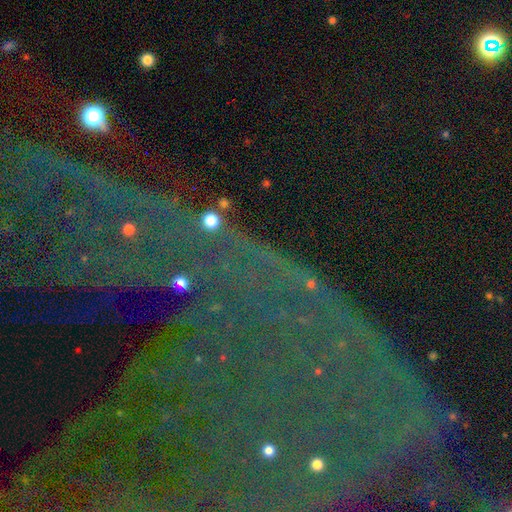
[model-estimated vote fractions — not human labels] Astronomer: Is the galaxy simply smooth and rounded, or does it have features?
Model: star or artifact — 84%.